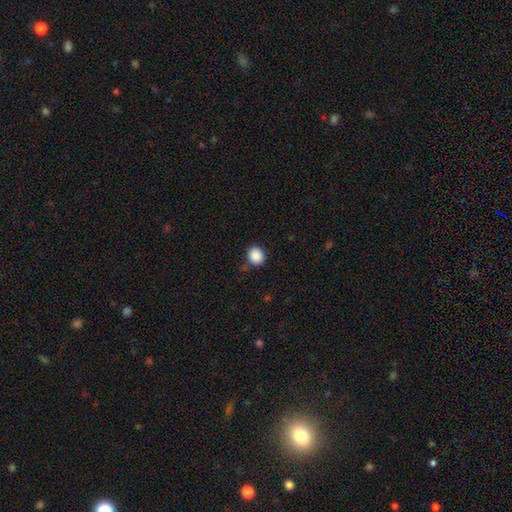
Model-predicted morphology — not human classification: This appears to be a smooth galaxy with no disk features (89%) that is round (72%). Merging: none (84%).